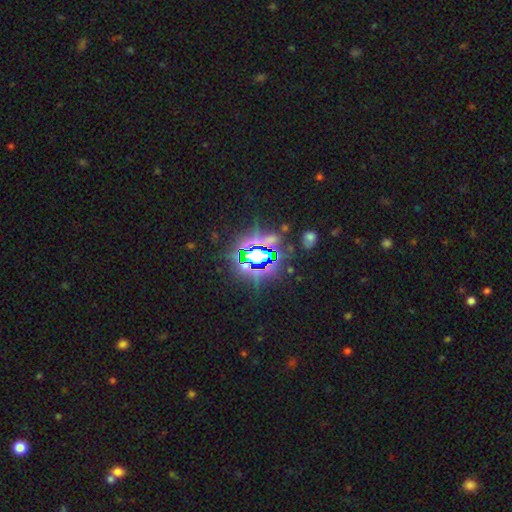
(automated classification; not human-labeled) A star or artifact, not a galaxy (76%).

Vote fractions:
- Smooth or featured? star or artifact: 76% / smooth: 14% / featured or disk: 10%